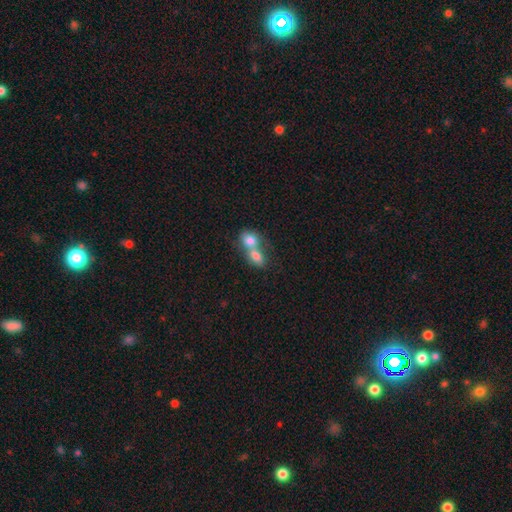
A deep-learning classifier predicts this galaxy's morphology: type=smooth (77%); roundness=in between (68%); merging=merger (75%).